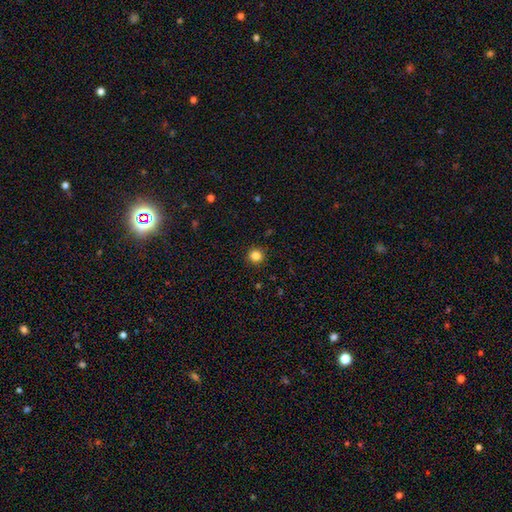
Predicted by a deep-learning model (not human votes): smooth_or_featured: smooth (p=0.83) [alt: star or artifact p=0.12]
how_rounded: round (p=0.94) [alt: in between p=0.05]
merging: none (p=0.92) [alt: minor disturbance p=0.05]